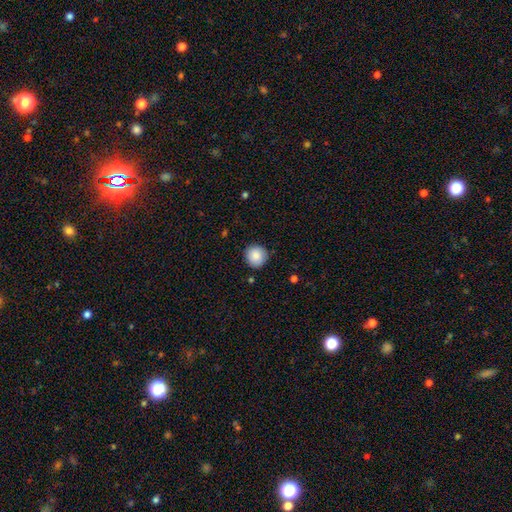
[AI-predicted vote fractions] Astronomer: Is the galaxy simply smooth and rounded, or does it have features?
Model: smooth — 87%.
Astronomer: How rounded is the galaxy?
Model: round — 93%.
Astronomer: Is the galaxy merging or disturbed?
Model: none — 89%.